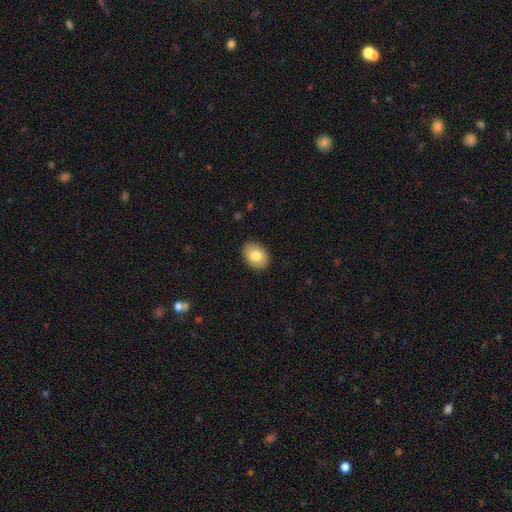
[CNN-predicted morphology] Smooth or featured?
  - smooth: 81% *
  - featured or disk: 12%
  - star or artifact: 7%
How rounded?
  - in between: 74% *
  - round: 25%
  - cigar-shaped: 1%
Merging?
  - none: 89% *
  - minor disturbance: 8%
  - major disturbance: 2%
  - merger: 1%